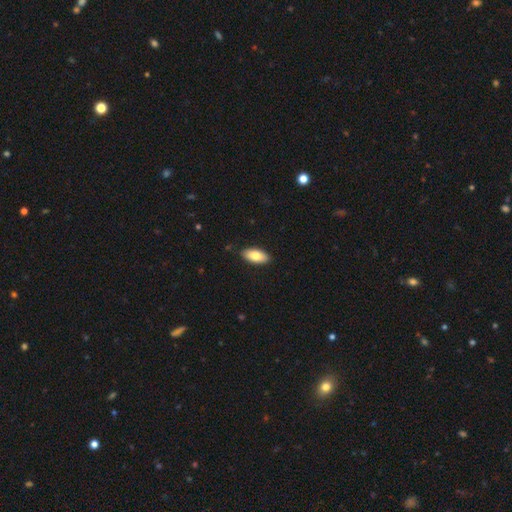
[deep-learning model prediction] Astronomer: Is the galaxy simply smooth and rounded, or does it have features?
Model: smooth — 79%.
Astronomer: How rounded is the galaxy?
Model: in between — 91%.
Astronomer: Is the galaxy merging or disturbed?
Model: none — 86%.